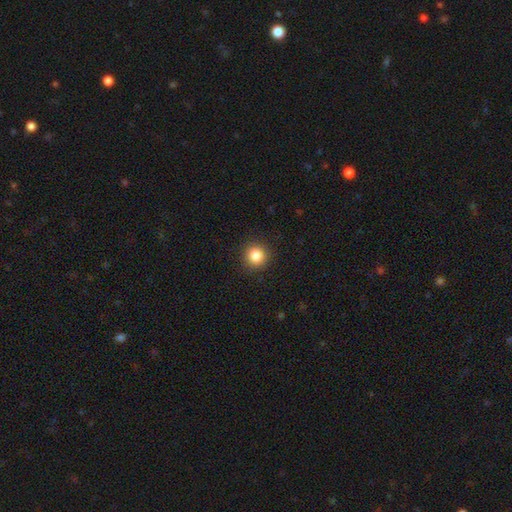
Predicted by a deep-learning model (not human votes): This is clearly a smooth galaxy (85%). How rounded: clearly round (93%). Merging: clearly none (91%).